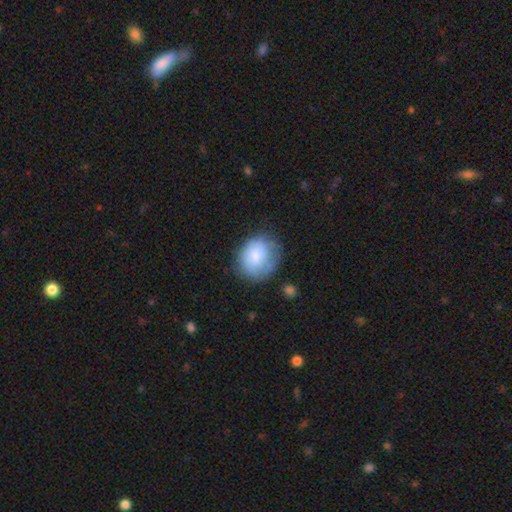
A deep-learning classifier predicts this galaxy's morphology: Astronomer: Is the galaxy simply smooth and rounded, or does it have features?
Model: smooth — 76%.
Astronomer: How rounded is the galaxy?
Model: round — 65%.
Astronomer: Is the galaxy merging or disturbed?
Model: none — 60%.